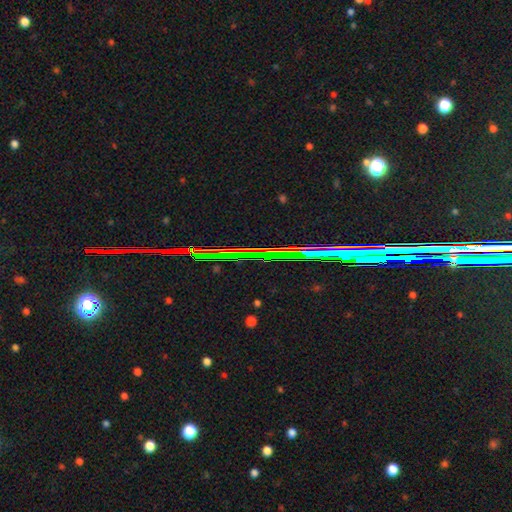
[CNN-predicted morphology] A star or artifact, not a galaxy (73%).

Vote fractions:
- Smooth or featured? star or artifact: 73% / featured or disk: 14% / smooth: 12%